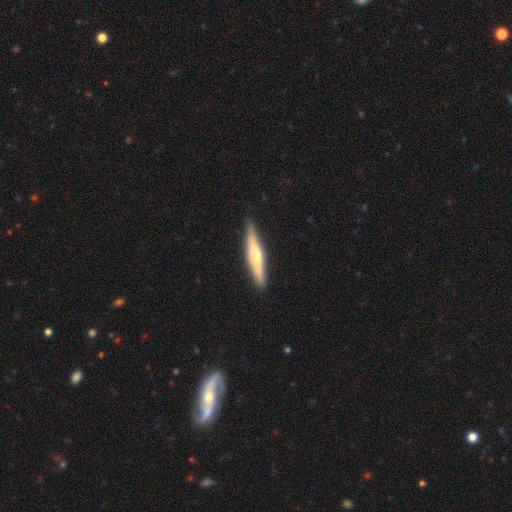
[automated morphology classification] This is possibly a featured or disk galaxy (49%). Merging: clearly none (88%).